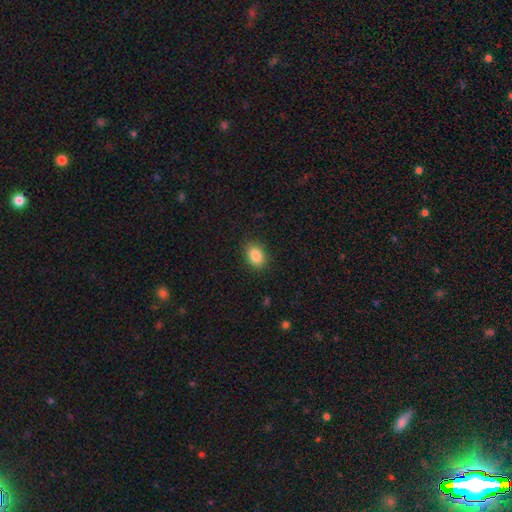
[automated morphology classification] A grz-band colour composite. It shows a smooth galaxy with no disk features (86%) that is in between round and cigar-shaped (73%). Merging: none (87%).